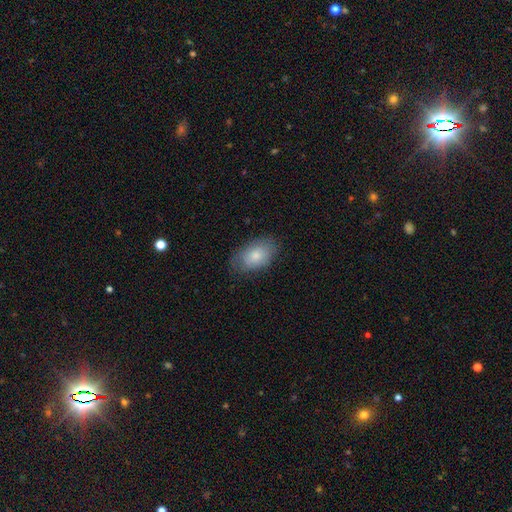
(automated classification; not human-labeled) This is clearly a smooth galaxy (80%). How rounded: clearly in between (90%). Merging: likely none (76%).